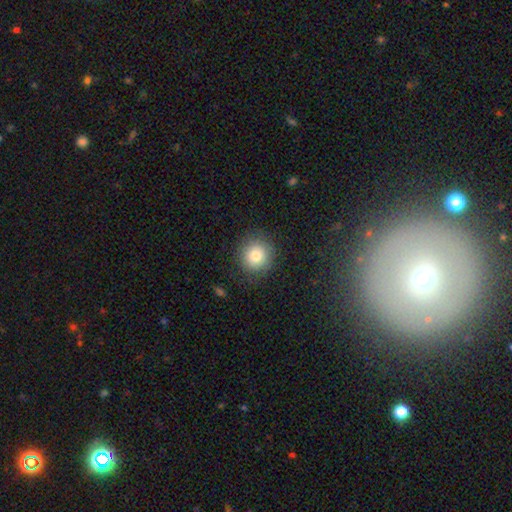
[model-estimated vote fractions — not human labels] smooth-or-featured: smooth: 79% | featured or disk: 11% | star or artifact: 10%
  how-rounded: round: 90% | in between: 9% | cigar-shaped: 1%
  merging: none: 84% | minor disturbance: 11% | major disturbance: 4% | merger: 1%